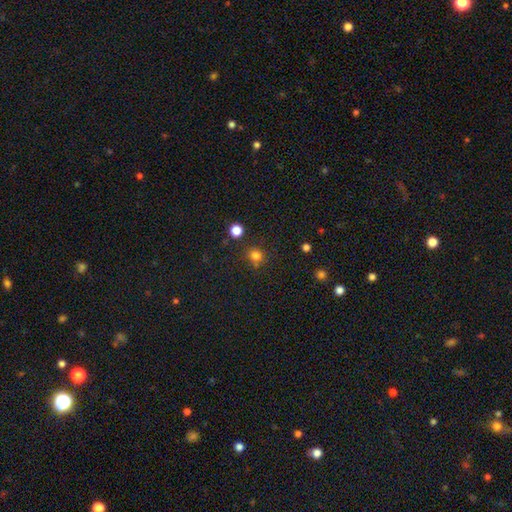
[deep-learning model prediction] This appears to be a smooth galaxy with no disk features (78%) that is round (88%). Merging: none (78%).